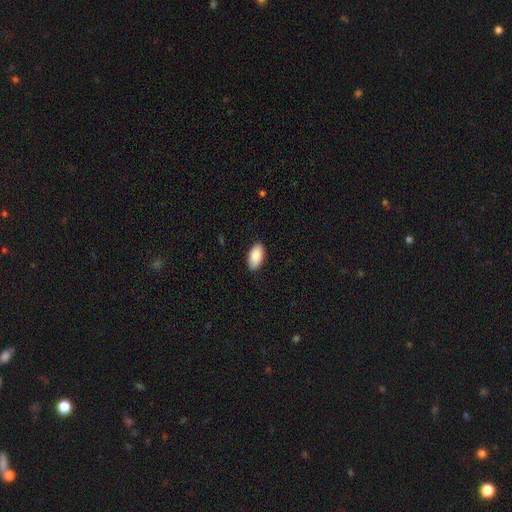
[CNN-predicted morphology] A smooth galaxy with no disk features (90%) that is in between round and cigar-shaped (95%).

Vote fractions:
- Smooth or featured? smooth: 90% / star or artifact: 6% / featured or disk: 4%
- How rounded? in between: 95% / round: 3% / cigar-shaped: 2%
- Merging? none: 87% / minor disturbance: 10% / major disturbance: 2% / merger: 1%